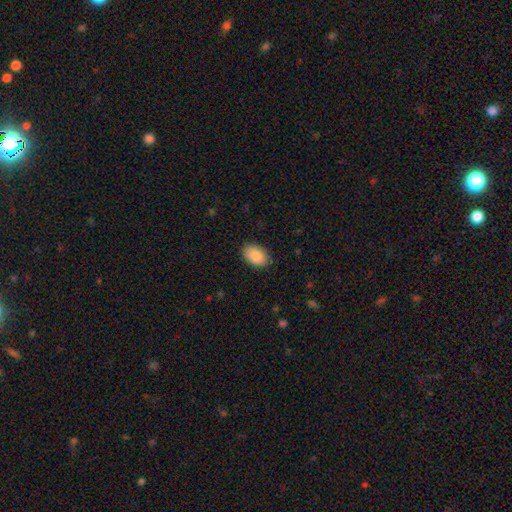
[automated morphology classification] Smooth or featured? Predicted: smooth (p=0.90). How rounded? Predicted: in between (p=0.89). Merging? Predicted: none (p=0.87).